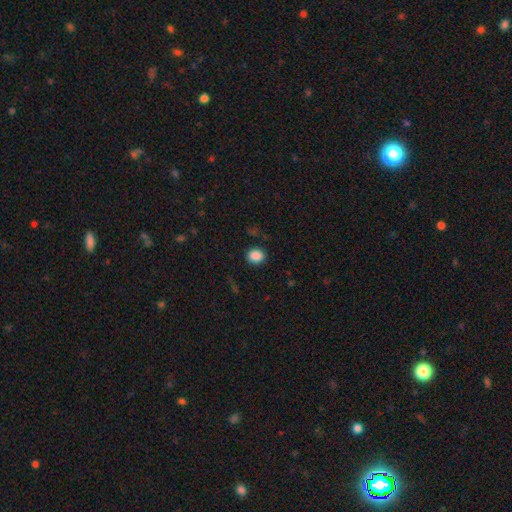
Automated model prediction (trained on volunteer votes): A smooth galaxy with no disk features (87%) that is round (71%). Merging: none (88%).